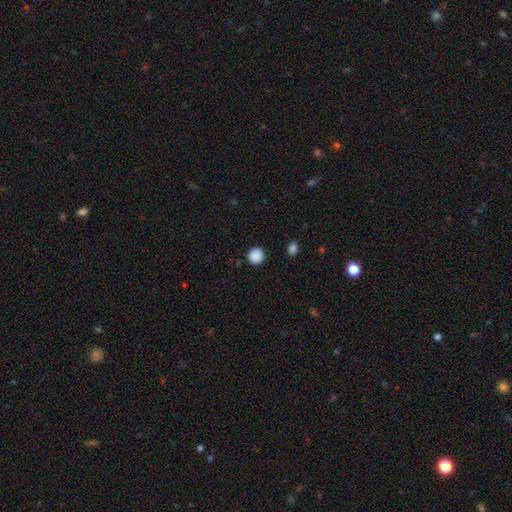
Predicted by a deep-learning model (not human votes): smooth_or_featured: smooth (p=0.89) [alt: star or artifact p=0.09]
how_rounded: round (p=0.94) [alt: in between p=0.05]
merging: none (p=0.92) [alt: minor disturbance p=0.05]